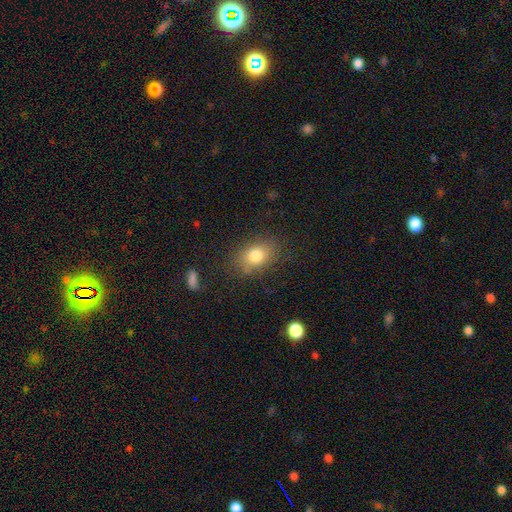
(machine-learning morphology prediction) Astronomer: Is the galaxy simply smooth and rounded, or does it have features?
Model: smooth — 80%.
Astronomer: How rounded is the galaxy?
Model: in between — 72%.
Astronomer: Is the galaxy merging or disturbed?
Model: none — 76%.